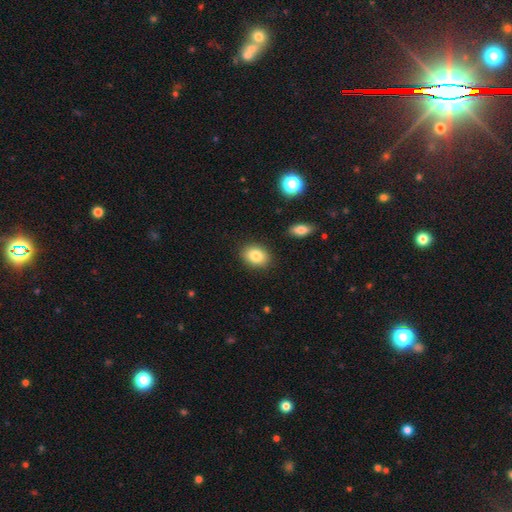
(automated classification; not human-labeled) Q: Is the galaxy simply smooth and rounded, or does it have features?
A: smooth — 84%.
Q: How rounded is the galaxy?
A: in between — 67%.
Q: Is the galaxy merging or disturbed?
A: none — 87%.